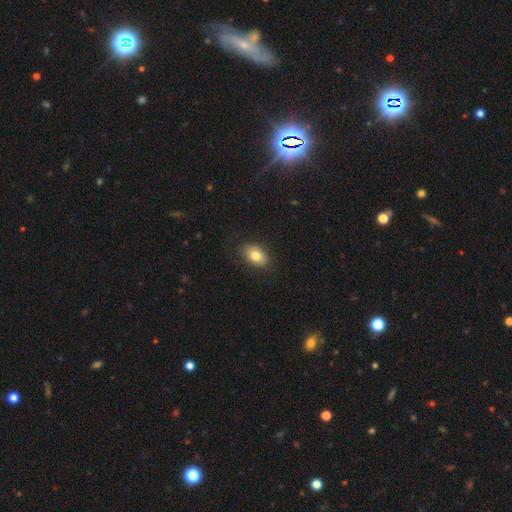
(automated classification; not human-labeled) Smooth or featured?
  - smooth: 81% *
  - featured or disk: 11%
  - star or artifact: 8%
How rounded?
  - in between: 84% *
  - round: 14%
  - cigar-shaped: 1%
Merging?
  - none: 86% *
  - minor disturbance: 11%
  - major disturbance: 3%
  - merger: 1%